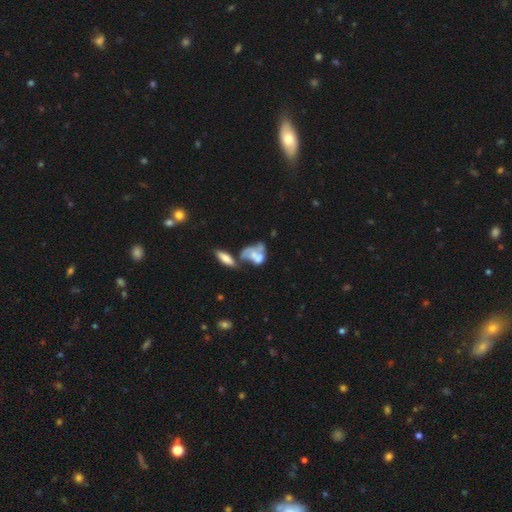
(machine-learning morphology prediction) A smooth galaxy with no disk features (47%).

Vote fractions:
- Smooth or featured? smooth: 47% / featured or disk: 43% / star or artifact: 10%
- Merging? merger: 52% / none: 19% / major disturbance: 17% / minor disturbance: 12%